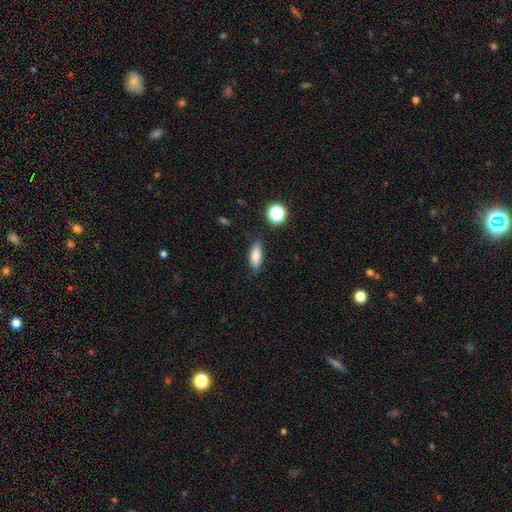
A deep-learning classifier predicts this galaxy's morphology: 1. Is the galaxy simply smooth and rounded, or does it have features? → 83% smooth, 9% star or artifact, 7% featured or disk.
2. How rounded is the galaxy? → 74% in between, 21% cigar-shaped, 4% round.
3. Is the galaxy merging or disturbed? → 84% none, 11% minor disturbance, 3% major disturbance, 2% merger.